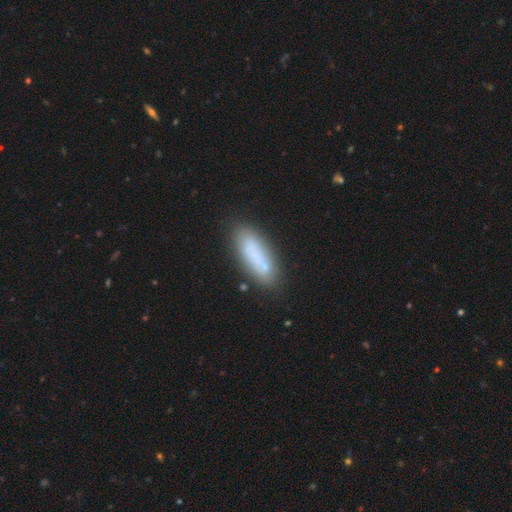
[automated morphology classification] This appears to be a smooth galaxy with no disk features (70%) that is in between round and cigar-shaped (53%). Merging: none (73%).